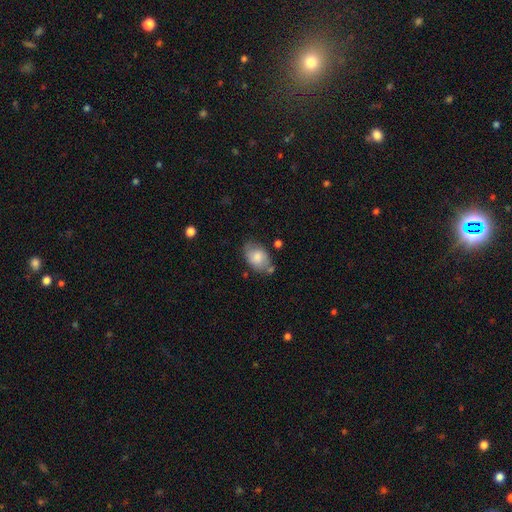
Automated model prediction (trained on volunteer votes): smooth_or_featured: smooth (p=0.72) [alt: featured or disk p=0.21]
how_rounded: in between (p=0.85) [alt: round p=0.14]
merging: none (p=0.62) [alt: minor disturbance p=0.24]